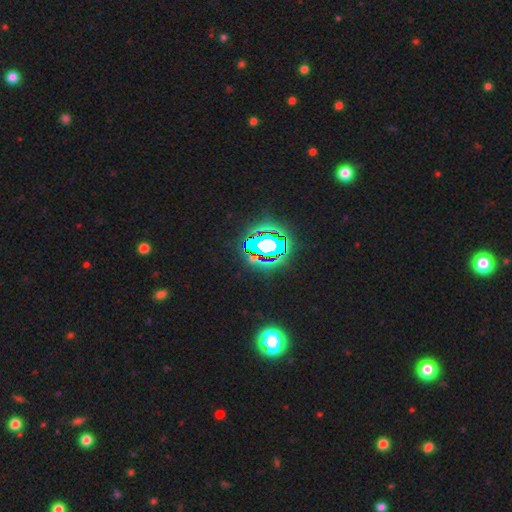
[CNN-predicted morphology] A star or artifact, not a galaxy (66%).

Vote fractions:
- Smooth or featured? star or artifact: 66% / smooth: 17% / featured or disk: 16%